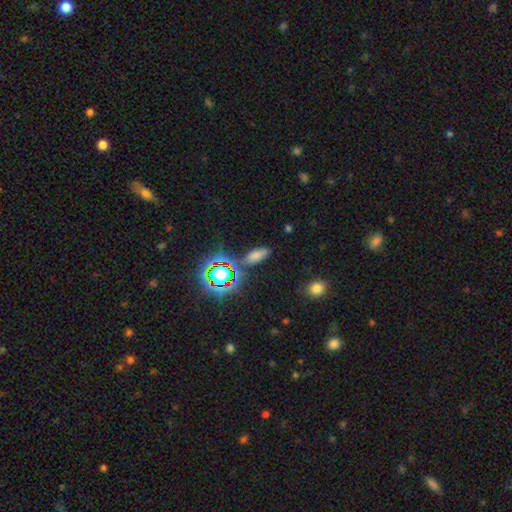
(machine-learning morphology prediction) Overall: smooth (65%; star or artifact 25%). How rounded: in between (76%). Merging: none (77%).